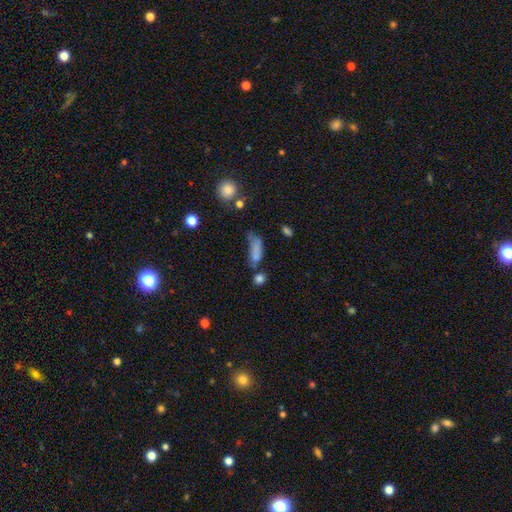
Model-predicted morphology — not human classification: Smooth or featured?
  - smooth: 69% *
  - star or artifact: 16%
  - featured or disk: 15%
How rounded?
  - in between: 60% *
  - cigar-shaped: 31%
  - round: 8%
Merging?
  - none: 30% *
  - major disturbance: 26%
  - minor disturbance: 23%
  - merger: 21%